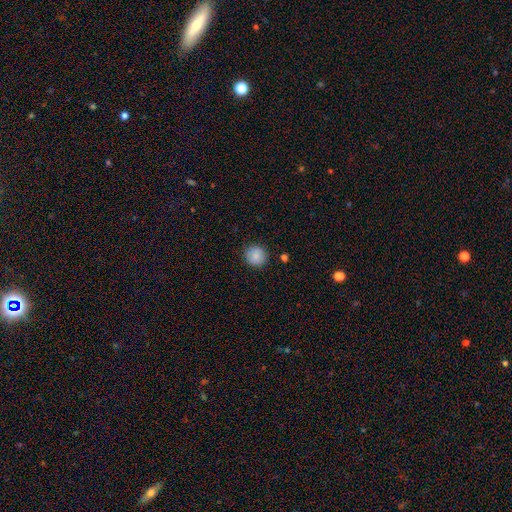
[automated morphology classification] Smooth or featured?
  - smooth: 86% *
  - star or artifact: 8%
  - featured or disk: 6%
How rounded?
  - round: 90% *
  - in between: 9%
  - cigar-shaped: 1%
Merging?
  - none: 88% *
  - minor disturbance: 9%
  - major disturbance: 2%
  - merger: 2%